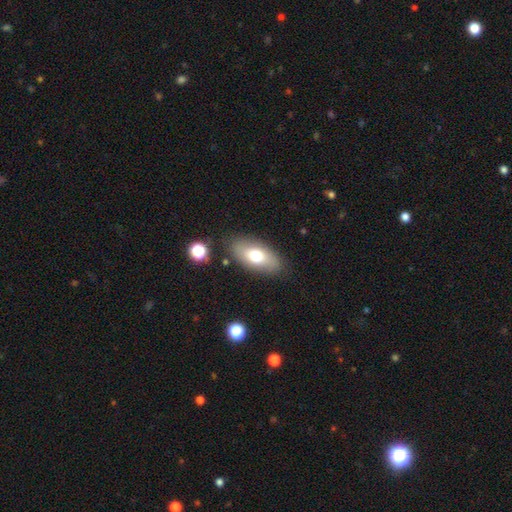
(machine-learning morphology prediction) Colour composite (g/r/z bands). It shows a smooth galaxy with no disk features (69%) that is in between round and cigar-shaped (89%). Merging: none (83%).